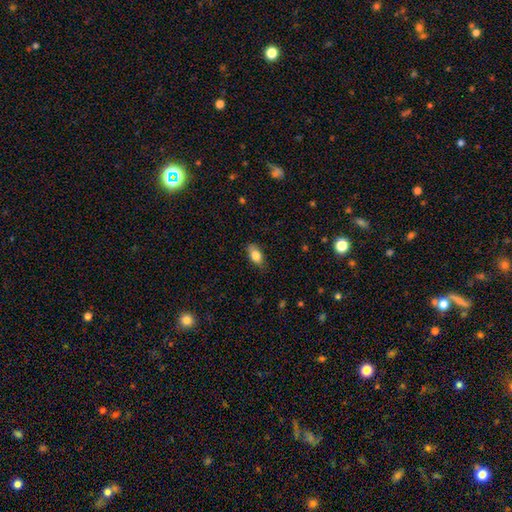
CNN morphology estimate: Overall: smooth (81%). How rounded: in between (89%). Merging: none (81%).